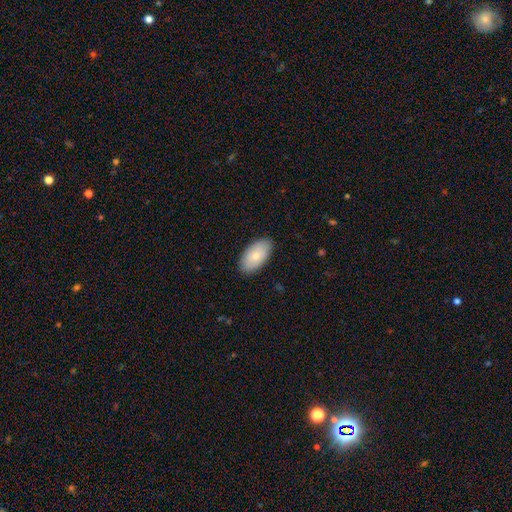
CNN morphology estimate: Smooth or featured: smooth — 78% (featured or disk — 17%)
How rounded: in between — 95% (round — 3%)
Merging: none — 87% (minor disturbance — 10%)